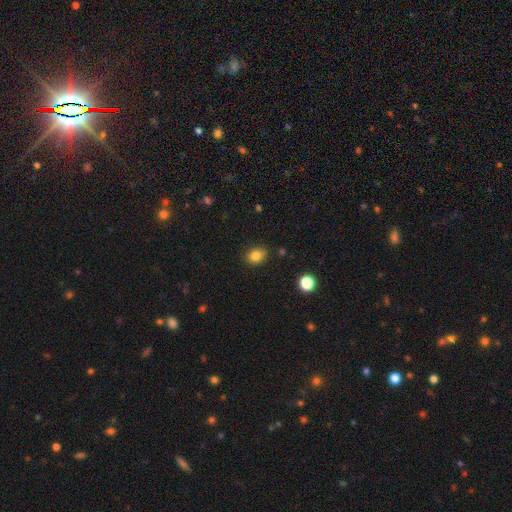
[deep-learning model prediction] Q: Smooth or featured?
A: smooth (83%); runner-up: star or artifact (11%)
Q: How rounded?
A: in between (53%); runner-up: round (46%)
Q: Merging?
A: none (86%); runner-up: minor disturbance (10%)